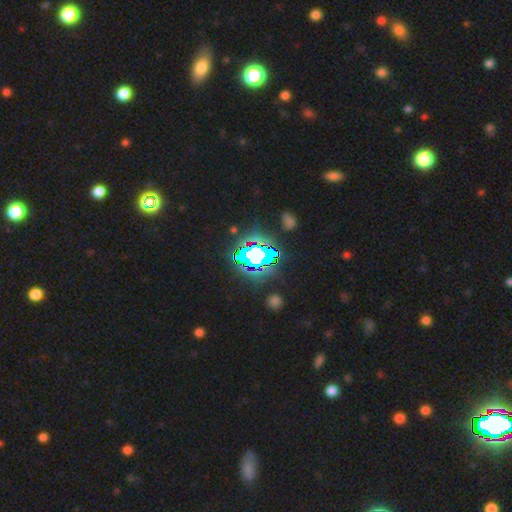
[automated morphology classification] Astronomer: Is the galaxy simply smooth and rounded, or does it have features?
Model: star or artifact — 71%.